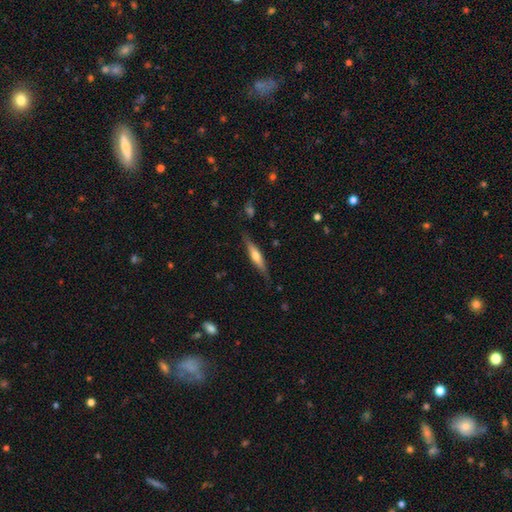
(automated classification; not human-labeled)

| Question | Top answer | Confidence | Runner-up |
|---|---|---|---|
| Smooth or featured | featured or disk | 53% | smooth (42%) |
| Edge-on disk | yes | 94% | no (6%) |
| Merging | none | 81% | minor disturbance (14%) |